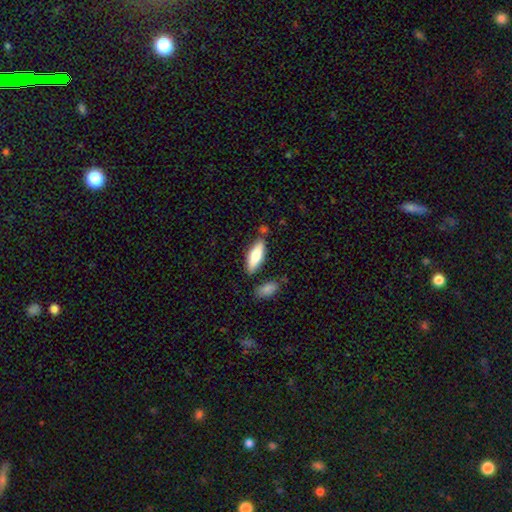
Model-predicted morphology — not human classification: Q: Smooth or featured?
A: smooth (73%); runner-up: featured or disk (22%)
Q: How rounded?
A: in between (57%); runner-up: cigar-shaped (41%)
Q: Merging?
A: none (77%); runner-up: minor disturbance (14%)